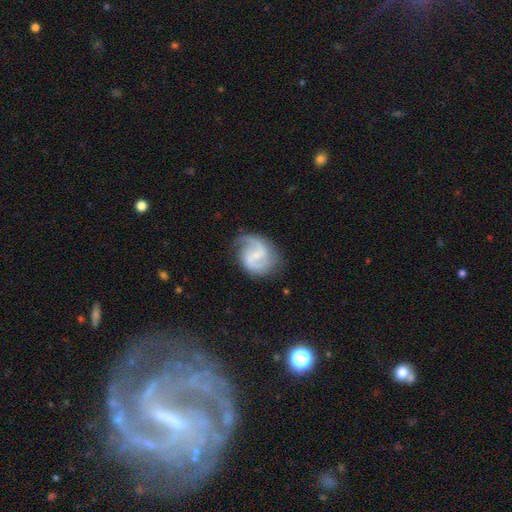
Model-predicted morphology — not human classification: Smooth or featured? Predicted: featured or disk (p=0.84). Edge-on disk? Predicted: no (p=0.98). Bar? Predicted: weak (p=0.53). Spiral arms? Predicted: yes (p=0.96). Spiral winding? Predicted: medium (p=0.50). Spiral arm count? Predicted: 2 (p=0.80). Bulge size? Predicted: small (p=0.62). Merging? Predicted: none (p=0.67).